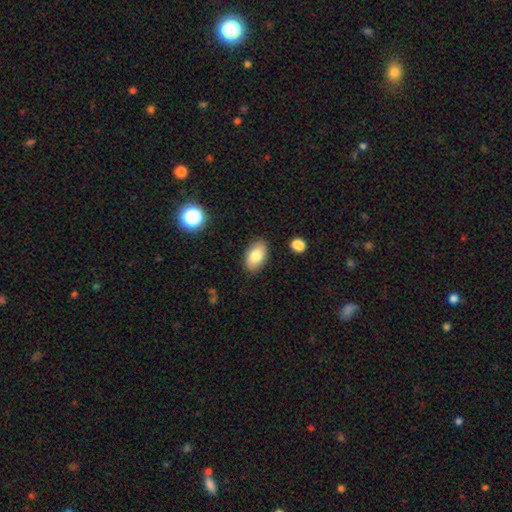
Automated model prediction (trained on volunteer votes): A smooth galaxy with no disk features (82%) that is in between round and cigar-shaped (92%).

Vote fractions:
- Smooth or featured? smooth: 82% / featured or disk: 10% / star or artifact: 8%
- How rounded? in between: 92% / round: 6% / cigar-shaped: 2%
- Merging? none: 87% / minor disturbance: 10% / major disturbance: 2% / merger: 2%